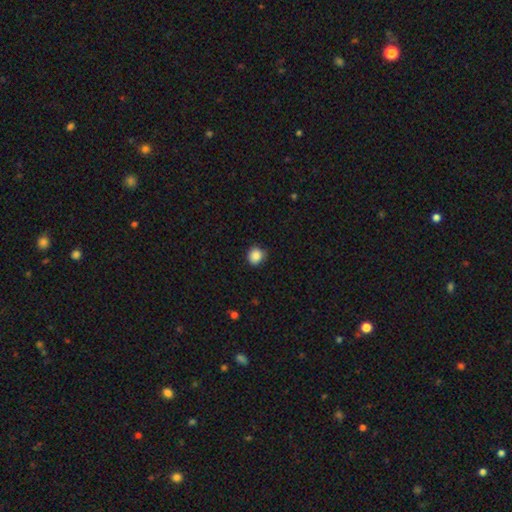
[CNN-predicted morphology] Smooth or featured?
  - smooth: 87% *
  - star or artifact: 10%
  - featured or disk: 4%
How rounded?
  - round: 84% *
  - in between: 15%
  - cigar-shaped: 1%
Merging?
  - none: 80% *
  - minor disturbance: 16%
  - major disturbance: 3%
  - merger: 1%